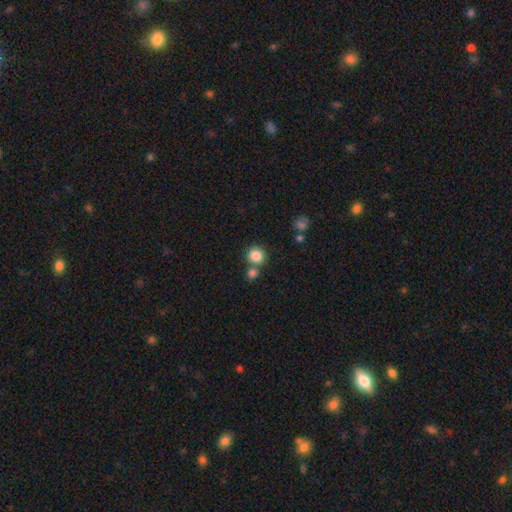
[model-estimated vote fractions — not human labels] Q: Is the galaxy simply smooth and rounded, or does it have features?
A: smooth — 84%.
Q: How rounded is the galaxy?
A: round — 85%.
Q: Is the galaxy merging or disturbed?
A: none — 64%.